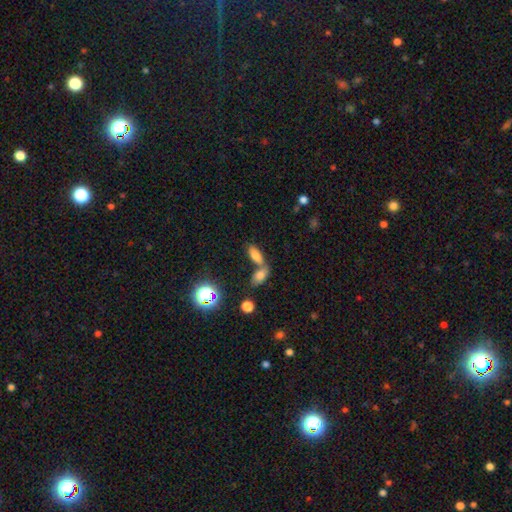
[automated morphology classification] A smooth galaxy with no disk features (71%) that is in between round and cigar-shaped (79%). Merging: merger (47%).